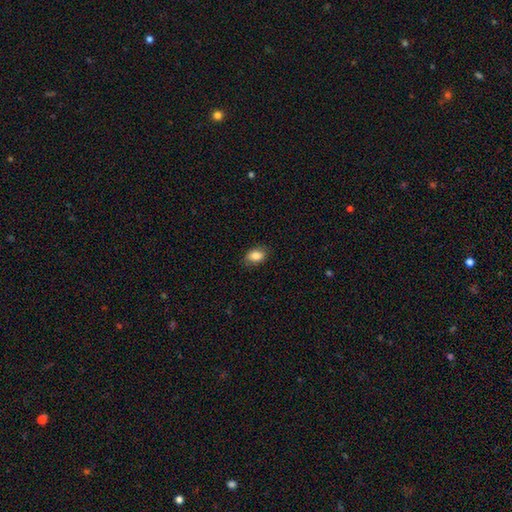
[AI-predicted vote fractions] A smooth galaxy with no disk features (85%) that is in between round and cigar-shaped (80%).

Vote fractions:
- Smooth or featured? smooth: 85% / star or artifact: 8% / featured or disk: 7%
- How rounded? in between: 80% / round: 18% / cigar-shaped: 1%
- Merging? none: 84% / minor disturbance: 13% / major disturbance: 3% / merger: 1%